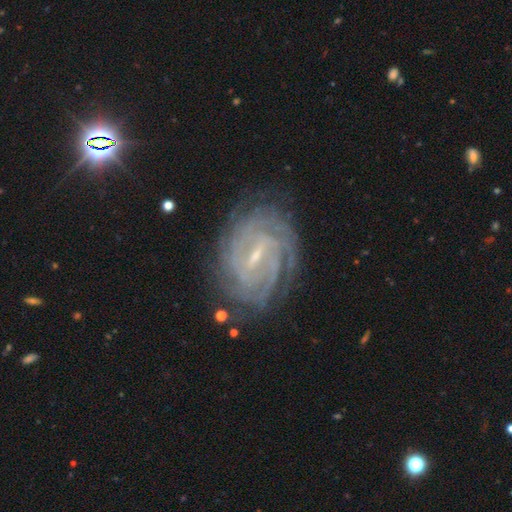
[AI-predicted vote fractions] Smooth or featured: featured or disk — 89% (star or artifact — 6%)
Edge-on disk: no — 97% (yes — 3%)
Bar: weak — 45% (strong — 44%)
Spiral arms: yes — 97% (no — 3%)
Spiral winding: tight — 76% (medium — 20%)
Spiral arm count: can't tell — 26% (4 — 25%)
Bulge size: small — 75% (moderate — 19%)
Merging: none — 80% (minor disturbance — 14%)